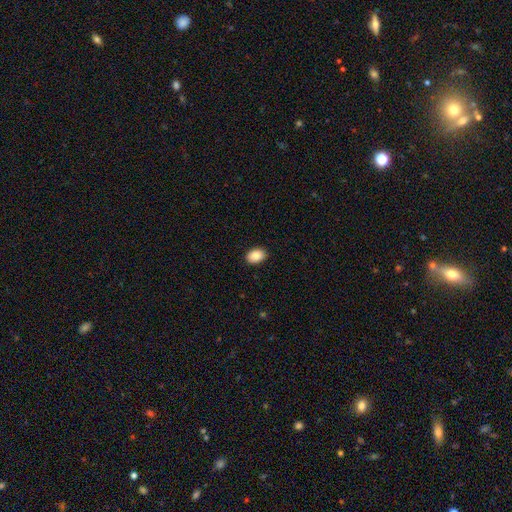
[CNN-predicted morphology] smooth_or_featured: smooth (p=0.89) [alt: star or artifact p=0.07]
how_rounded: in between (p=0.84) [alt: round p=0.15]
merging: none (p=0.89) [alt: minor disturbance p=0.08]